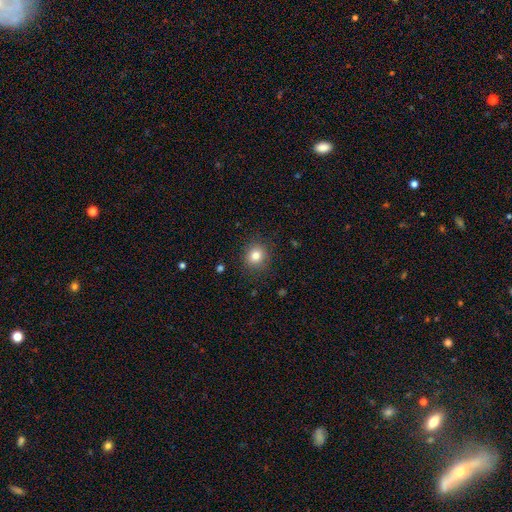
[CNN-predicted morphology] type=smooth (81%); roundness=round (87%); merging=none (89%).